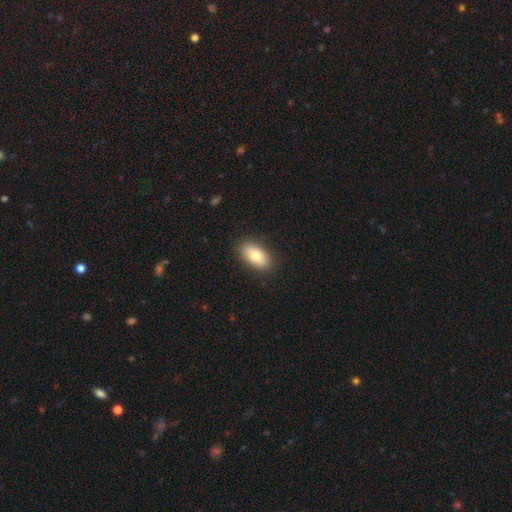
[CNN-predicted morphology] A smooth galaxy with no disk features (79%) that is in between round and cigar-shaped (92%).

Vote fractions:
- Smooth or featured? smooth: 79% / featured or disk: 14% / star or artifact: 7%
- How rounded? in between: 92% / round: 5% / cigar-shaped: 3%
- Merging? none: 88% / minor disturbance: 9% / major disturbance: 2% / merger: 1%